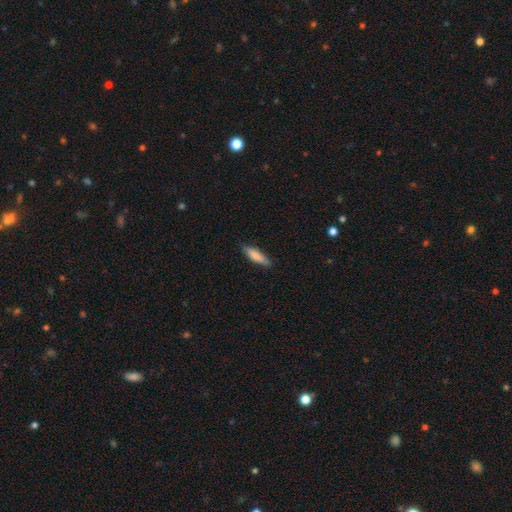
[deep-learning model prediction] A smooth galaxy with no disk features (83%) that is cigar-shaped (65%).

Vote fractions:
- Smooth or featured? smooth: 83% / featured or disk: 11% / star or artifact: 6%
- How rounded? cigar-shaped: 65% / in between: 33% / round: 1%
- Merging? none: 83% / minor disturbance: 14% / major disturbance: 2% / merger: 1%